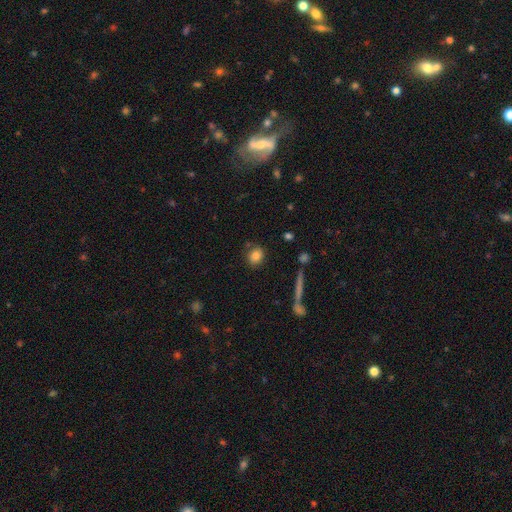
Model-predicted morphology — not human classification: A smooth galaxy with no disk features (82%) that is round (71%).

Vote fractions:
- Smooth or featured? smooth: 82% / star or artifact: 10% / featured or disk: 9%
- How rounded? round: 71% / in between: 27% / cigar-shaped: 2%
- Merging? none: 83% / minor disturbance: 10% / merger: 5% / major disturbance: 3%